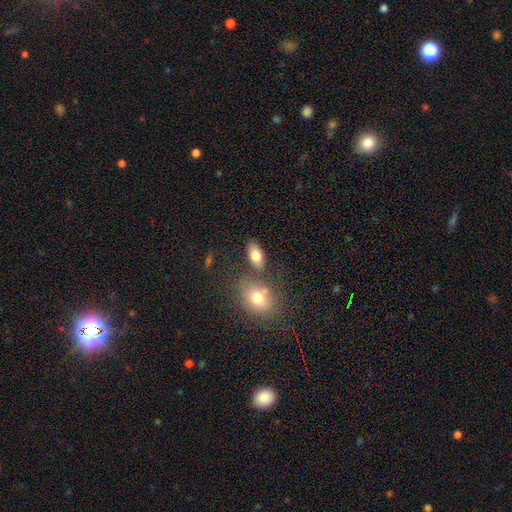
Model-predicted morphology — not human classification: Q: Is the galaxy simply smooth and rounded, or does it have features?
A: smooth — 80%.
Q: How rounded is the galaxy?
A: in between — 90%.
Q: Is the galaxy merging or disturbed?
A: none — 70%.